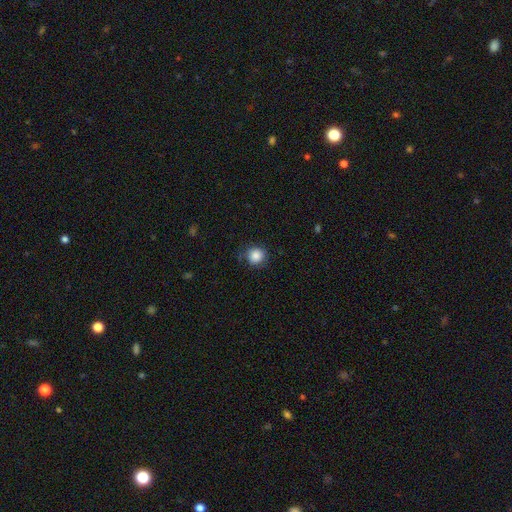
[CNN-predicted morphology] smooth 86%, star or artifact 10%, featured or disk 4%. Down the decision tree: how rounded — round (92%); merging — none (83%).